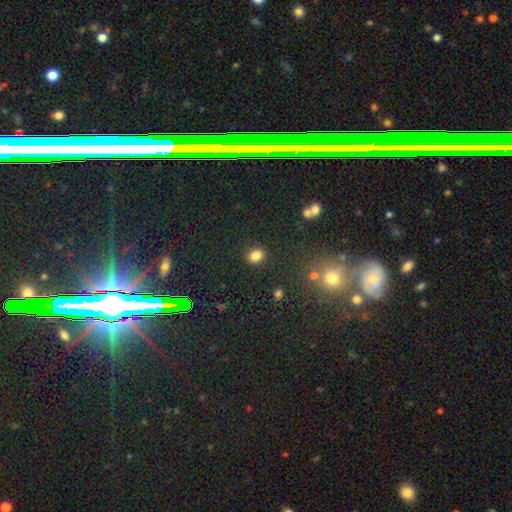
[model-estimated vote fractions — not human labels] Smooth or featured? Predicted: smooth (p=0.83). How rounded? Predicted: in between (p=0.53). Merging? Predicted: none (p=0.86).